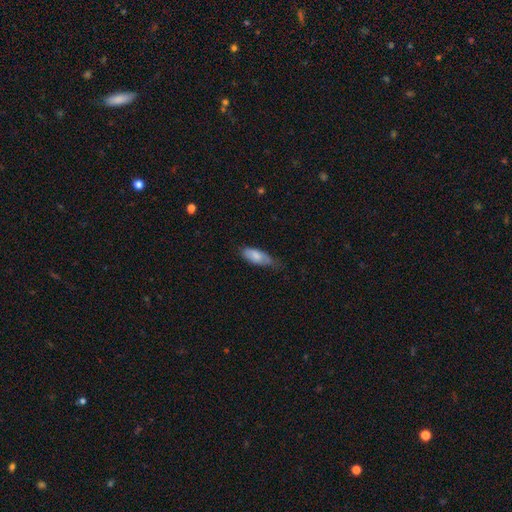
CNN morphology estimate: smooth_or_featured: smooth (p=0.80) [alt: featured or disk p=0.14]
how_rounded: in between (p=0.80) [alt: cigar-shaped p=0.18]
merging: none (p=0.48) [alt: minor disturbance p=0.40]